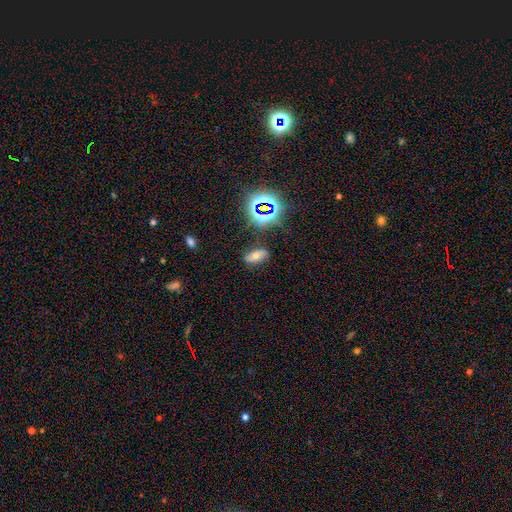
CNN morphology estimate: This appears to be a smooth galaxy with no disk features (42%). Merging: none (78%).